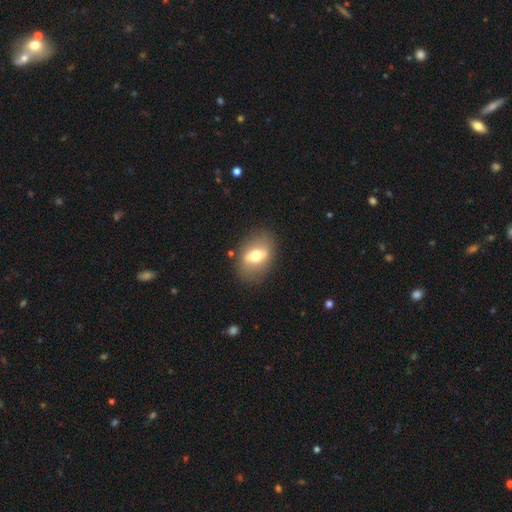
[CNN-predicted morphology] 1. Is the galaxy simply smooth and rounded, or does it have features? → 50% smooth, 42% featured or disk, 8% star or artifact.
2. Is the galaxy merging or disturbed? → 82% none, 11% minor disturbance, 4% major disturbance, 2% merger.